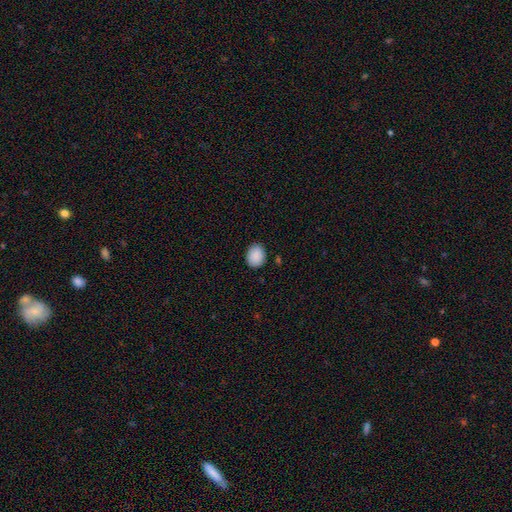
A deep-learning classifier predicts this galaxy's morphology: smooth_or_featured: smooth (p=0.90) [alt: star or artifact p=0.08]
how_rounded: in between (p=0.50) [alt: round p=0.49]
merging: none (p=0.86) [alt: minor disturbance p=0.10]